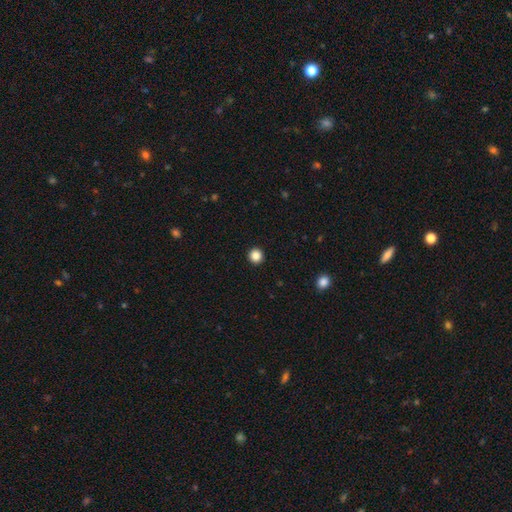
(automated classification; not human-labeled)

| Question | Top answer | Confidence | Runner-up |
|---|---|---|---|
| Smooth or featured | smooth | 86% | star or artifact (11%) |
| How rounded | round | 96% | in between (3%) |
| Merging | none | 94% | minor disturbance (4%) |